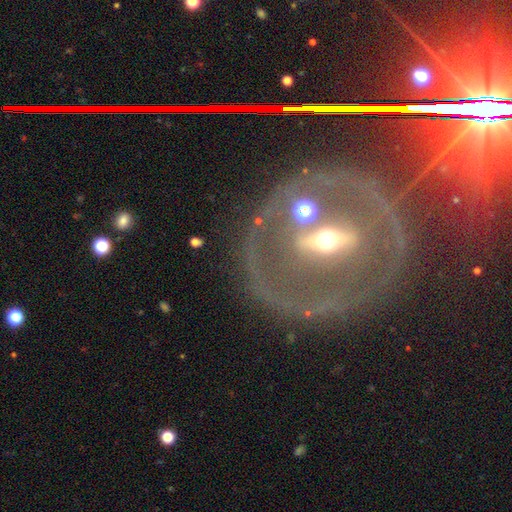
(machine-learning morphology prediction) The model was most divided on "spiral arms" (2-way tie): no: 50%, yes: 50%. Remaining: edge-on disk — no (90%); smooth or featured — featured or disk (75%); merging — none (71%); bulge size — moderate (60%); bar — strong (43%).